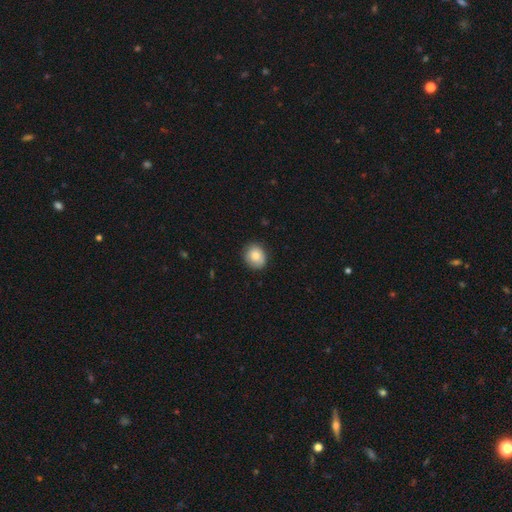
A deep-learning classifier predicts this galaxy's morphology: A smooth galaxy with no disk features (81%) that is round (69%). Merging: none (85%).